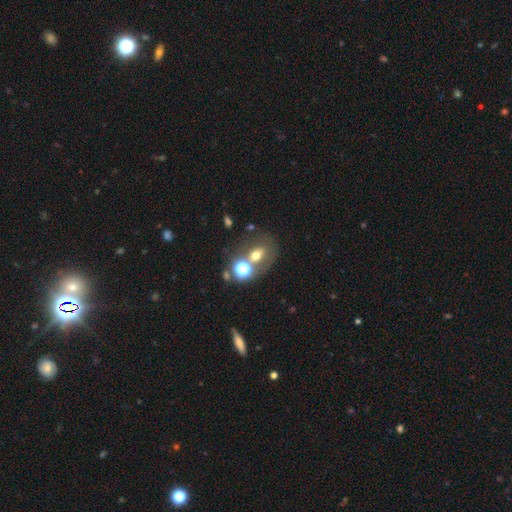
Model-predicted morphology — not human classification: Overall: smooth (55%; featured or disk 25%). How rounded: round (51%; in between 47%). Merging: none (46%; merger 32%).